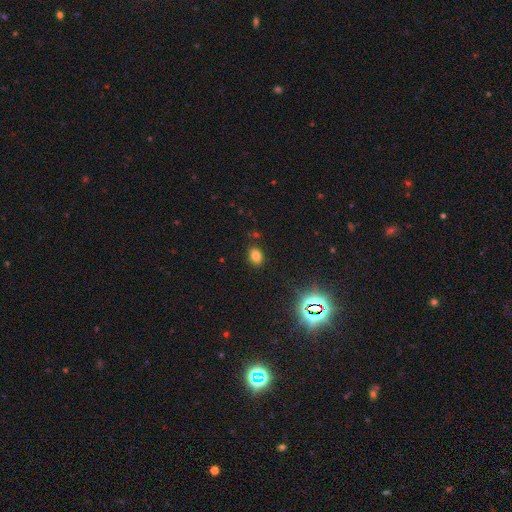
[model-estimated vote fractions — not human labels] Smooth or featured: smooth — 76% (star or artifact — 18%)
How rounded: in between — 68% (round — 31%)
Merging: none — 85% (minor disturbance — 10%)